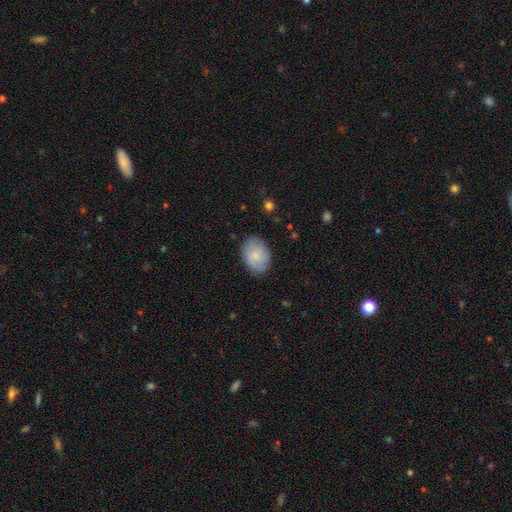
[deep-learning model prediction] Smooth or featured: smooth — 70% (featured or disk — 23%)
How rounded: in between — 73% (round — 26%)
Merging: none — 81% (minor disturbance — 14%)